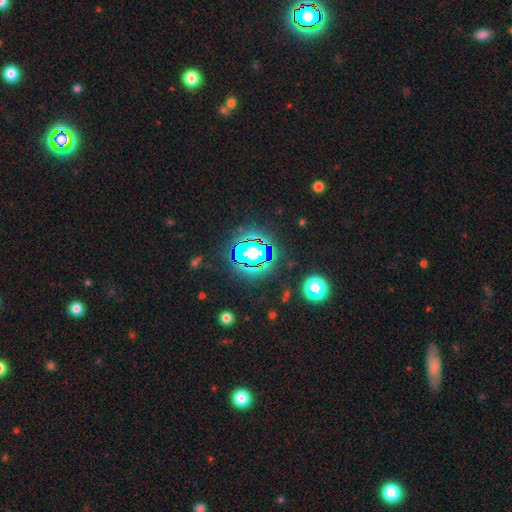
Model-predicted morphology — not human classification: smooth_or_featured: star or artifact (p=0.77) [alt: smooth p=0.13]